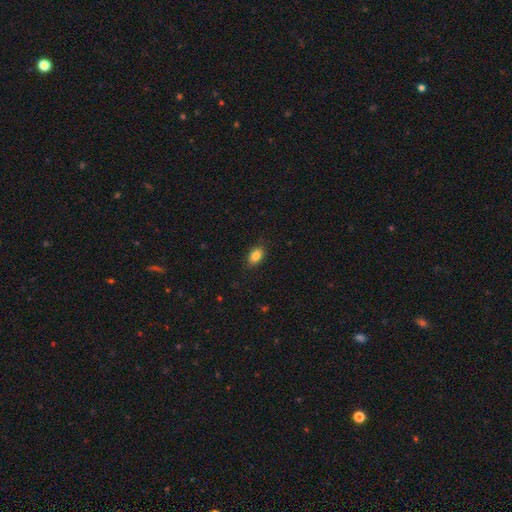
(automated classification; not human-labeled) Overall: smooth (86%). How rounded: in between (88%). Merging: none (87%).